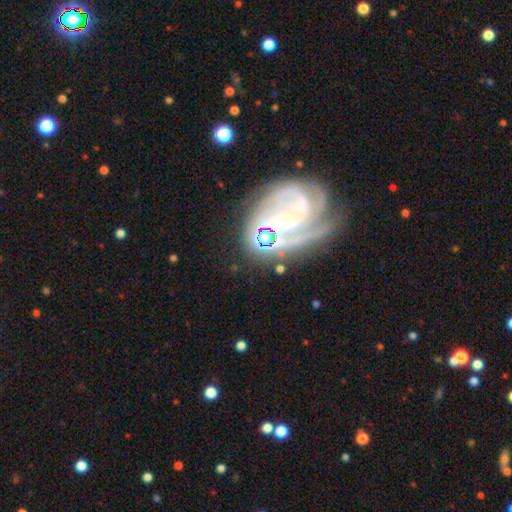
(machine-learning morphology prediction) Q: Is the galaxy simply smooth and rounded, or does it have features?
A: featured or disk — 80%.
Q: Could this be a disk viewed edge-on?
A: no — 97%.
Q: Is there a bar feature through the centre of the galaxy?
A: no — 49%.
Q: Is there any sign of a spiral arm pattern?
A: yes — 92%.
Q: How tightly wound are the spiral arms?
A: tight — 59%.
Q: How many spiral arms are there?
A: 2 — 36%.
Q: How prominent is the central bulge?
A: small — 60%.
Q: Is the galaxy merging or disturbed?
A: none — 52%.